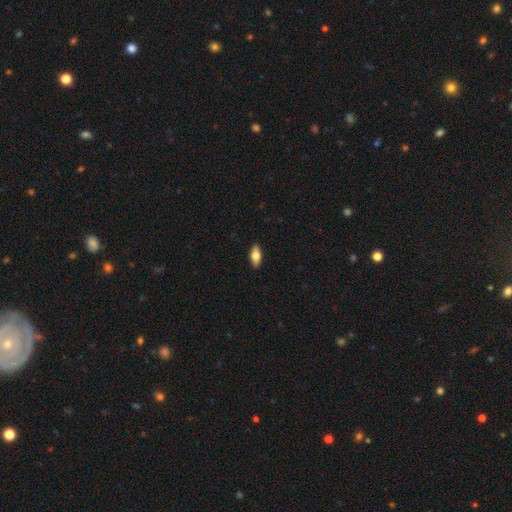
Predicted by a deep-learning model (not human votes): A smooth galaxy with no disk features (75%) that is in between round and cigar-shaped (86%).

Vote fractions:
- Smooth or featured? smooth: 75% / featured or disk: 19% / star or artifact: 6%
- How rounded? in between: 86% / cigar-shaped: 11% / round: 3%
- Merging? none: 89% / minor disturbance: 8% / major disturbance: 2% / merger: 1%